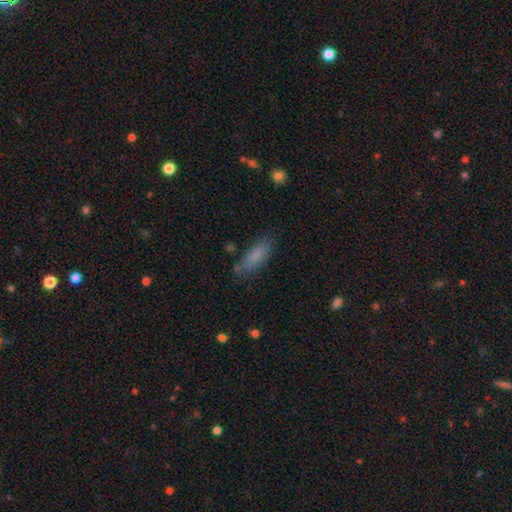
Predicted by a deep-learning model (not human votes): Overall: smooth (82%). How rounded: in between (55%; cigar-shaped 43%). Merging: none (74%).